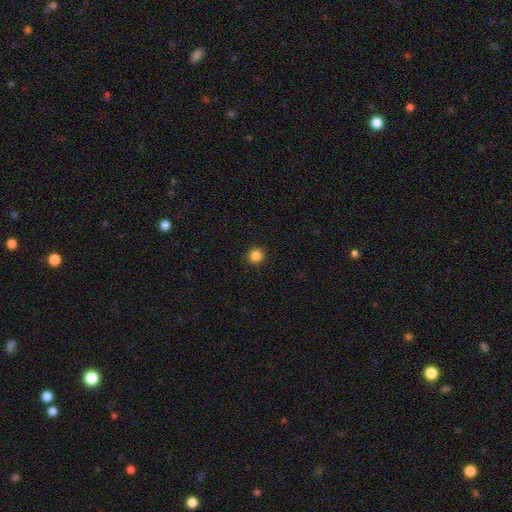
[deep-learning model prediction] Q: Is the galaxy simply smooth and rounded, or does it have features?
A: smooth — 86%.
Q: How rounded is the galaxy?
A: round — 94%.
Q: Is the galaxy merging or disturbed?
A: none — 92%.